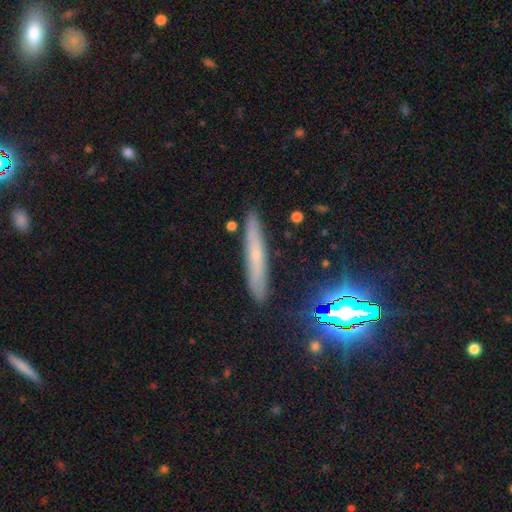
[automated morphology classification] Overall: smooth (44%; featured or disk 41%). Merging: none (86%).